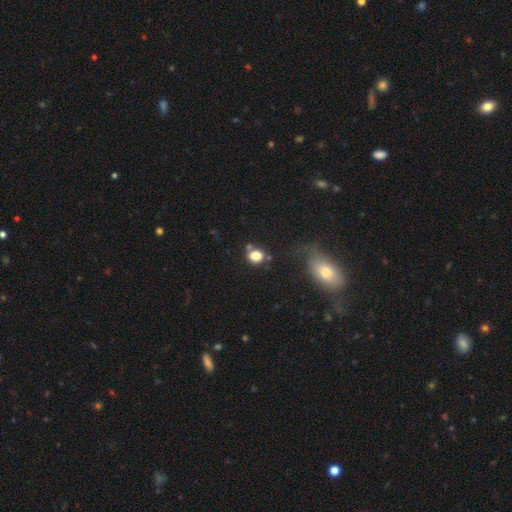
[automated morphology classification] This is clearly a smooth galaxy (81%). How rounded: likely round (76%). Merging: likely none (68%).